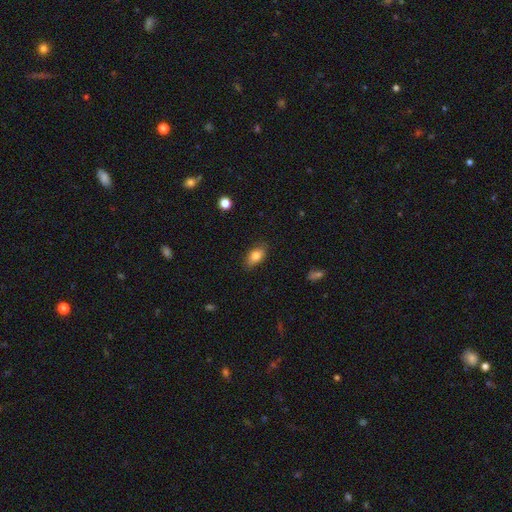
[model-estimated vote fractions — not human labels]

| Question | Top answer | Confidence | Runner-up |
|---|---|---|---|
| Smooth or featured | smooth | 82% | featured or disk (10%) |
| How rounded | in between | 87% | round (9%) |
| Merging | none | 81% | minor disturbance (15%) |